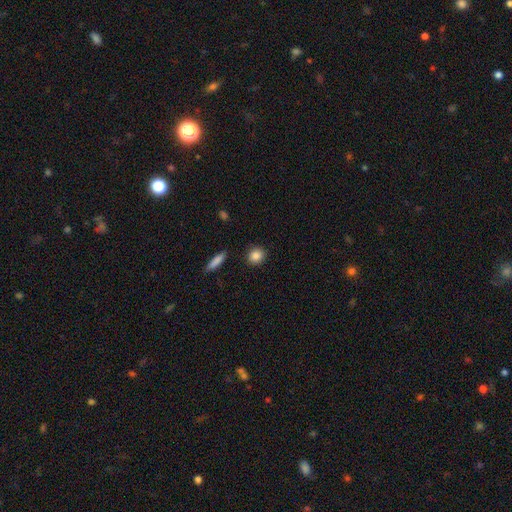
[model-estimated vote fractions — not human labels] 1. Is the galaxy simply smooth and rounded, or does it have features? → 86% smooth, 8% star or artifact, 5% featured or disk.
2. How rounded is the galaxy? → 81% round, 16% in between, 2% cigar-shaped.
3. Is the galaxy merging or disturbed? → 89% none, 7% minor disturbance, 2% major disturbance, 2% merger.